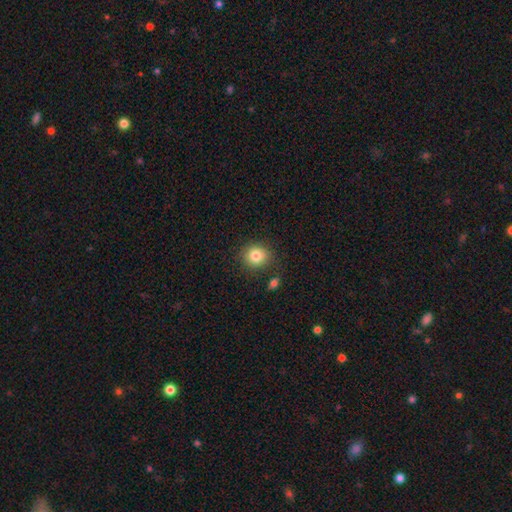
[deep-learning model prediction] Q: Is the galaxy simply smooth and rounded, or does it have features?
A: smooth — 82%.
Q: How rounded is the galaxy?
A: round — 84%.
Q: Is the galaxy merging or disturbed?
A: none — 83%.